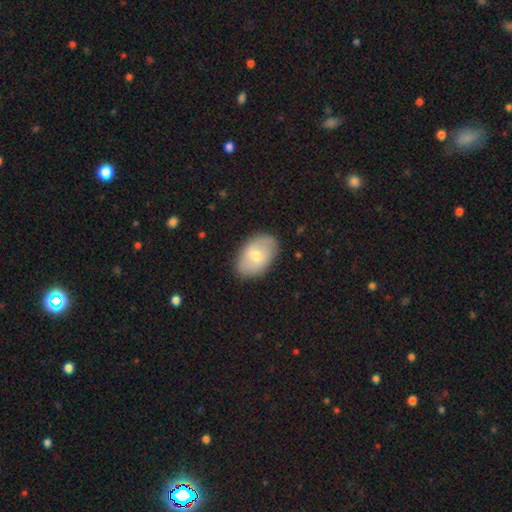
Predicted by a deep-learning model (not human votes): Smooth or featured?
  - smooth: 61% *
  - featured or disk: 33%
  - star or artifact: 6%
How rounded?
  - in between: 89% *
  - round: 10%
  - cigar-shaped: 1%
Merging?
  - none: 84% *
  - minor disturbance: 12%
  - major disturbance: 3%
  - merger: 1%